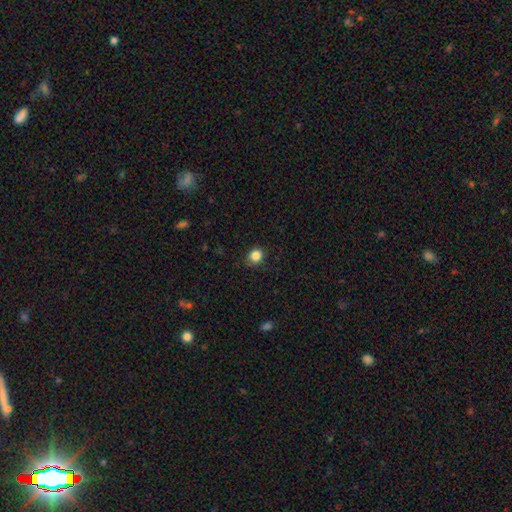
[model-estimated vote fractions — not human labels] A smooth galaxy with no disk features (85%) that is round (87%).

Vote fractions:
- Smooth or featured? smooth: 85% / star or artifact: 11% / featured or disk: 4%
- How rounded? round: 87% / in between: 13% / cigar-shaped: 1%
- Merging? none: 85% / minor disturbance: 11% / major disturbance: 3% / merger: 1%